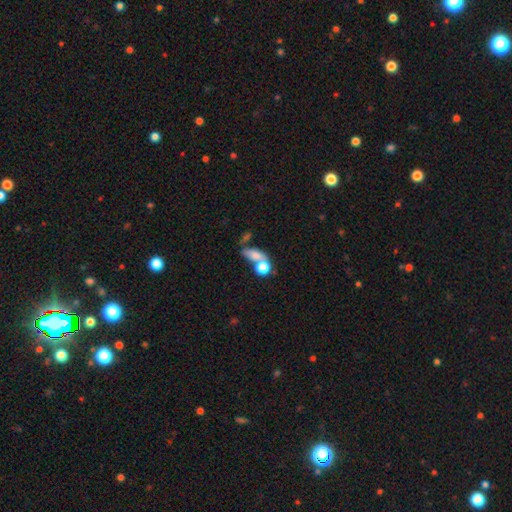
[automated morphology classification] The model was most divided on "merging": merger: 41%, none: 37%, minor disturbance: 13%, major disturbance: 10%. More confident: smooth or featured — smooth (71%); how rounded — in between (59%).